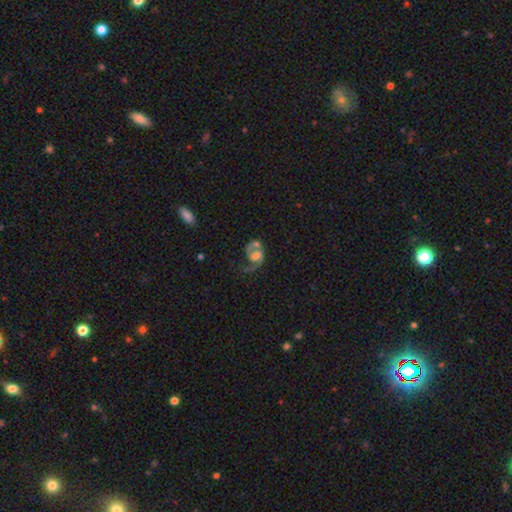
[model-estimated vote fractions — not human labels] Overall: featured or disk (77%). Edge-on disk: no (98%). Bar: no (57%; weak 34%). Spiral arms: yes (88%). Spiral arm count: 2 (57%; 1 36%). Spiral winding: medium (44%; loose 39%). Bulge size: moderate (43%; large 22%). Merging: none (31%; major disturbance 28%).